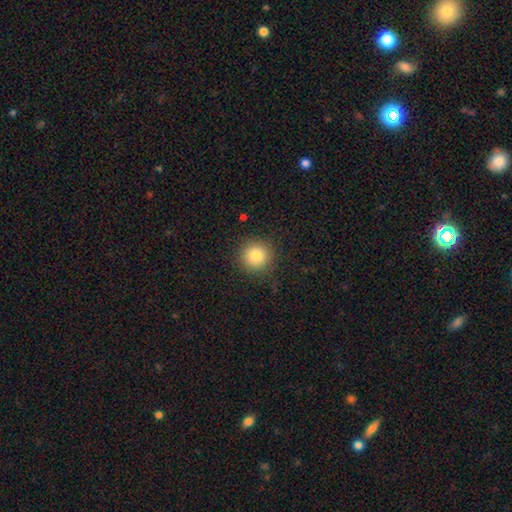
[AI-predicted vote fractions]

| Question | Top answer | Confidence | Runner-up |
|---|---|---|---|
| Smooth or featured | smooth | 82% | star or artifact (11%) |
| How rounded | round | 94% | in between (5%) |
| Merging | none | 88% | minor disturbance (8%) |